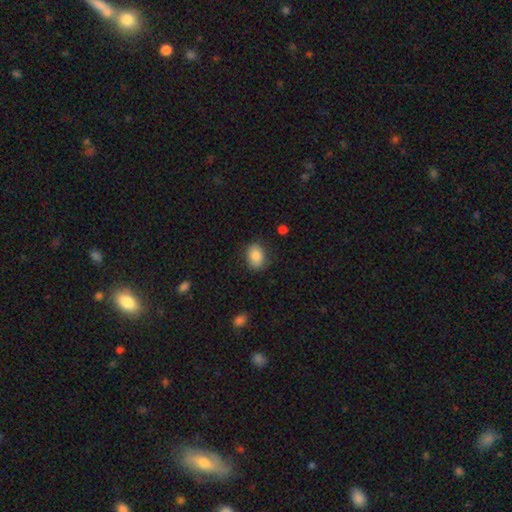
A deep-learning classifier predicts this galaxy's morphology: smooth 85%, star or artifact 8%, featured or disk 7%. Down the decision tree: how rounded — in between (67%); merging — none (80%).